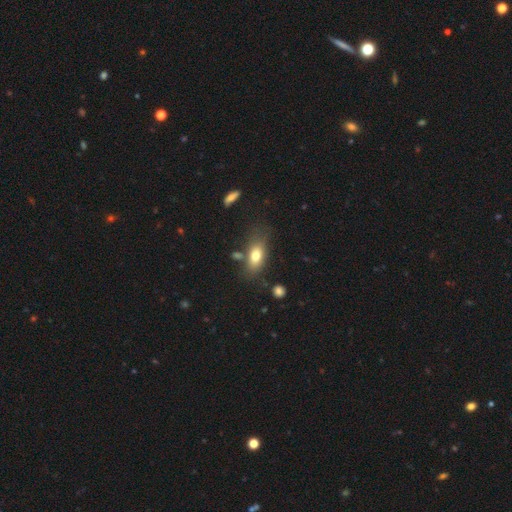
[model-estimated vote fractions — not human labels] This is likely a smooth galaxy (73%). How rounded: clearly in between (82%). Merging: likely none (66%).